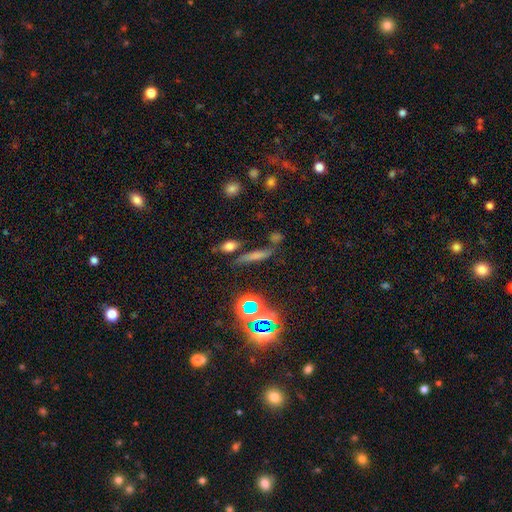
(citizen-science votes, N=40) Overall: smooth (68%). How rounded: cigar-shaped (89%). Merging: none (66%).